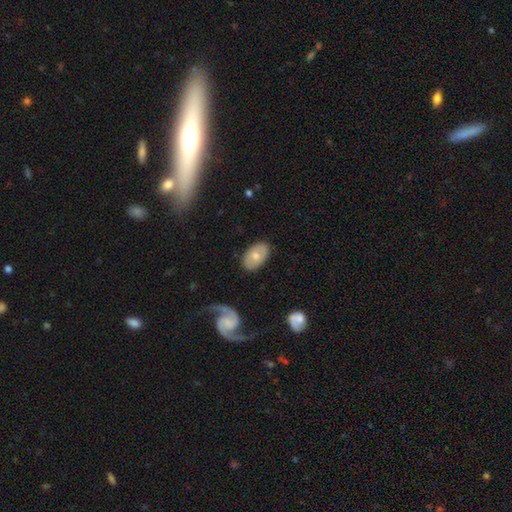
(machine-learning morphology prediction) A smooth galaxy with no disk features (62%) that is in between round and cigar-shaped (90%). Merging: none (84%).